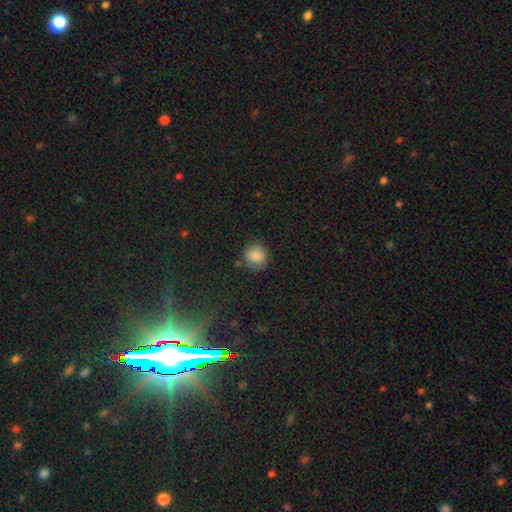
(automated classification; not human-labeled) smooth 82%, star or artifact 10%, featured or disk 8%. Down the decision tree: how rounded — round (88%); merging — none (80%).